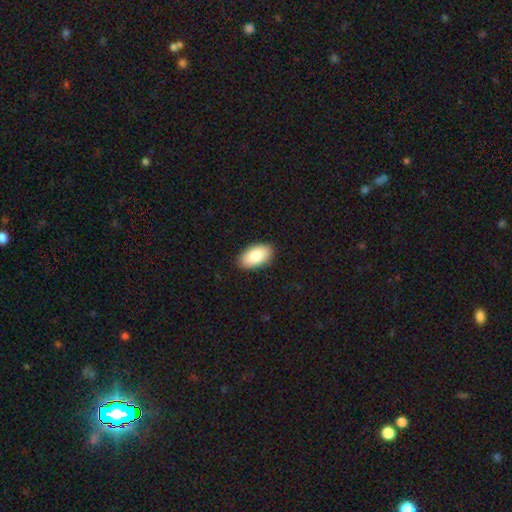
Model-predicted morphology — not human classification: type=smooth (87%); roundness=in between (96%); merging=none (88%).